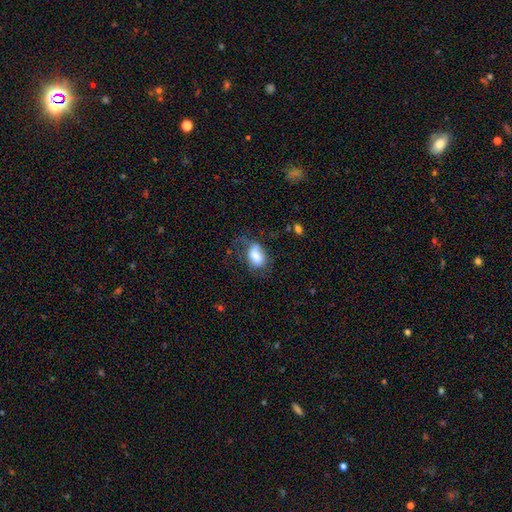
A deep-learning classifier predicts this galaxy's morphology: This is likely a smooth galaxy (73%). How rounded: clearly in between (88%). Merging: marginally none (38%).